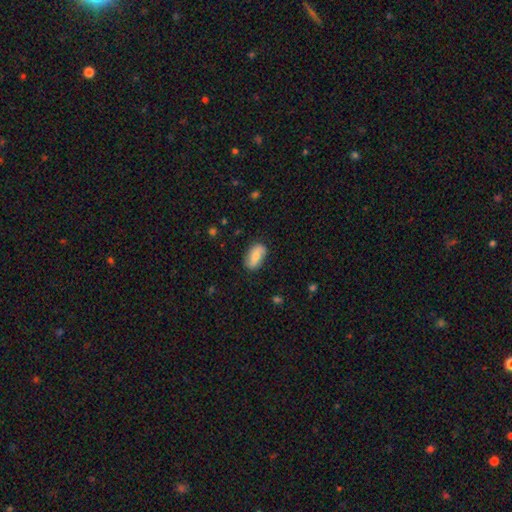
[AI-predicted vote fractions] Smooth or featured: smooth — 67% (featured or disk — 26%)
How rounded: in between — 90% (round — 6%)
Merging: none — 80% (minor disturbance — 15%)